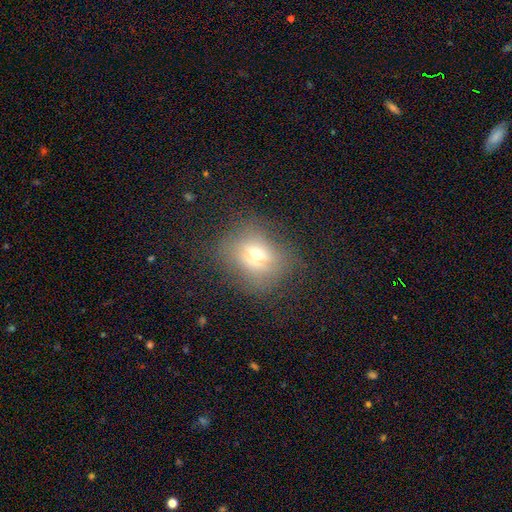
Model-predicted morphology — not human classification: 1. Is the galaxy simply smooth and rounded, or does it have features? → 50% smooth, 32% featured or disk, 18% star or artifact.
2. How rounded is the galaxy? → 66% round, 32% in between, 2% cigar-shaped.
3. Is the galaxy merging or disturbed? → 69% none, 18% minor disturbance, 11% major disturbance, 2% merger.